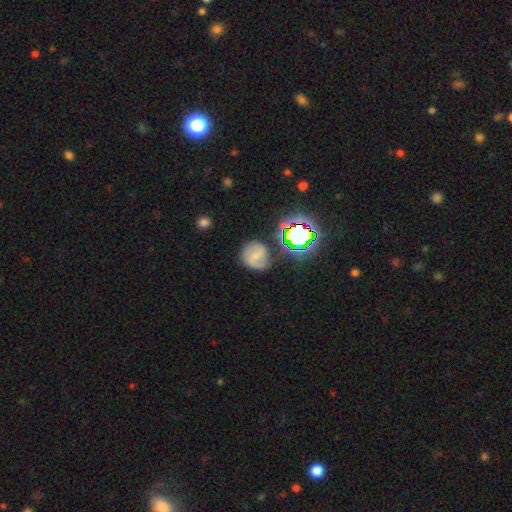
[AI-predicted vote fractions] Overall: featured or disk (49%; smooth 38%). Merging: none (71%).